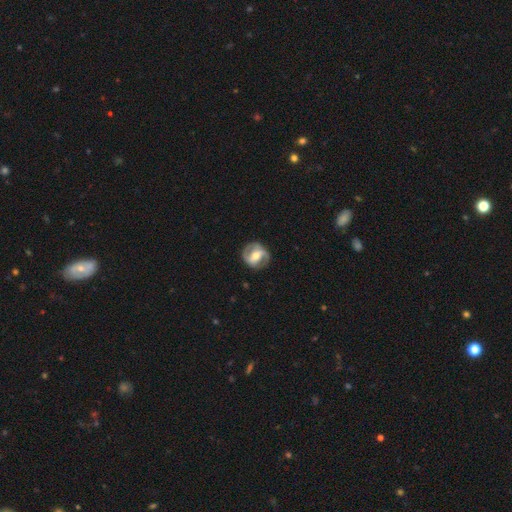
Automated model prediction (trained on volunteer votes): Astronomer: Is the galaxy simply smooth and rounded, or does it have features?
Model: featured or disk — 77%.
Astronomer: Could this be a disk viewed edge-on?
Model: no — 96%.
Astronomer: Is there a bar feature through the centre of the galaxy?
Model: strong — 47% (runner-up: weak, 34%).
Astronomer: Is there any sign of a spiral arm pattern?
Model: yes — 83%.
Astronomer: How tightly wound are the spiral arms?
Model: medium — 45% (runner-up: tight, 36%).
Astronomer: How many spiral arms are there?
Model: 2 — 87%.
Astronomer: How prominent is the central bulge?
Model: moderate — 67%.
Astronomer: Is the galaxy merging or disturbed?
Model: none — 82%.